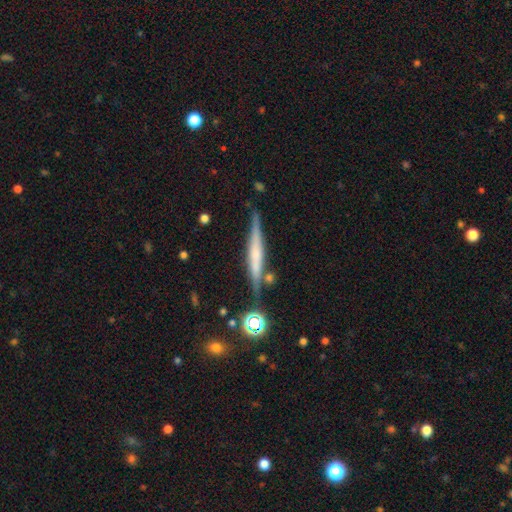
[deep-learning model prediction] Smooth or featured? Predicted: featured or disk (p=0.60). Edge-on disk? Predicted: yes (p=0.96). Edge-on bulge? Predicted: rounded (p=0.41). Merging? Predicted: none (p=0.77).